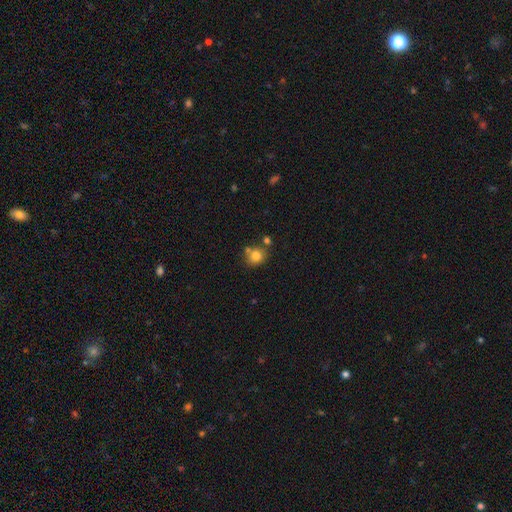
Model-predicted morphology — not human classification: smooth-or-featured: smooth: 80% | star or artifact: 11% | featured or disk: 9%
  how-rounded: round: 75% | in between: 24% | cigar-shaped: 1%
  merging: none: 65% | merger: 18% | minor disturbance: 13% | major disturbance: 4%